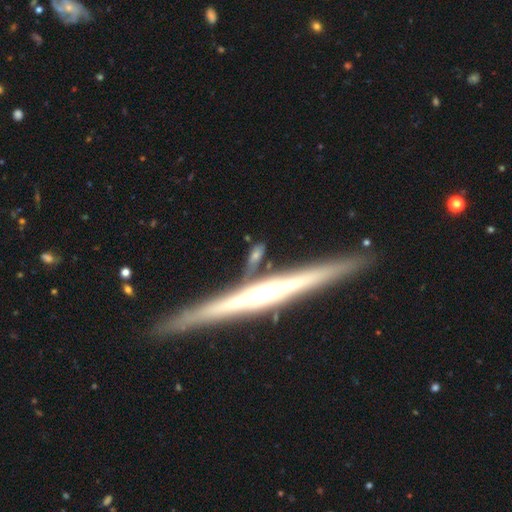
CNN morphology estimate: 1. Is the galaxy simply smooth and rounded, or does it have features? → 48% smooth, 42% featured or disk, 10% star or artifact.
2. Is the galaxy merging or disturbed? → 62% none, 17% merger, 14% minor disturbance, 6% major disturbance.